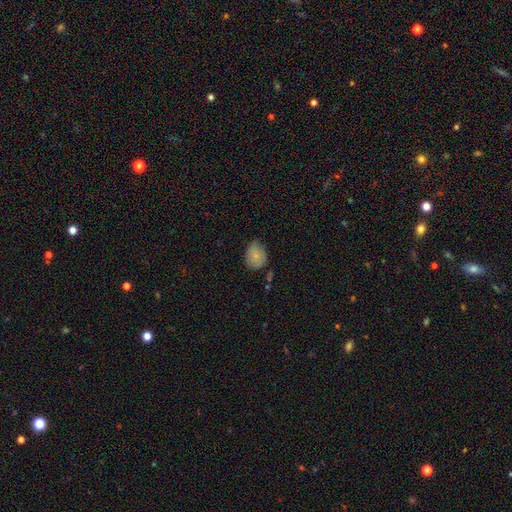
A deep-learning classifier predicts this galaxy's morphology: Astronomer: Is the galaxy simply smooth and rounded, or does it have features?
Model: smooth — 75%.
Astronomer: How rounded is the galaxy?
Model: in between — 53% (runner-up: round, 45%).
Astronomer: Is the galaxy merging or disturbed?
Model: none — 58% (runner-up: minor disturbance, 34%).